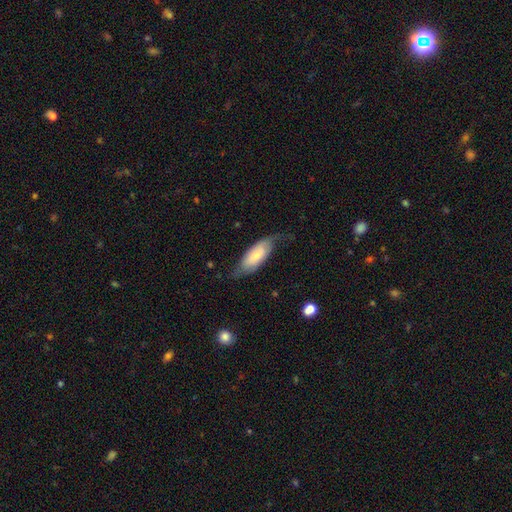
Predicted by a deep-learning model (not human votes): A smooth galaxy with no disk features (56%) that is in between round and cigar-shaped (80%). Merging: none (51%).